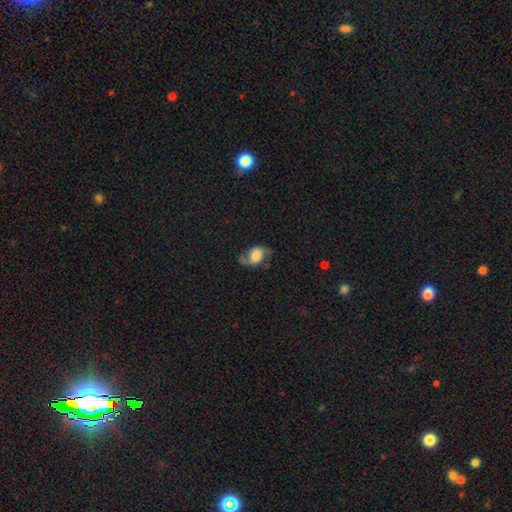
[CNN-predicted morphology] The model was most divided on "bulge size": large: 41%, moderate: 22%, dominant: 14%, small: 13%, none: 10%. More confident: edge-on disk — no (96%); spiral arms — yes (90%); spiral arm count — 2 (85%); bar — no (63%); merging — none (62%); smooth or featured — featured or disk (61%); spiral winding — loose (56%).